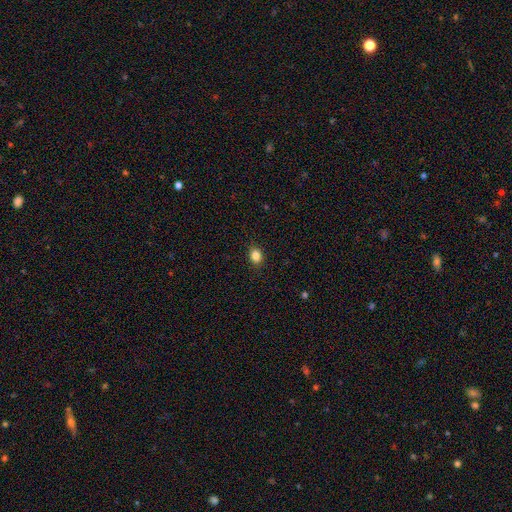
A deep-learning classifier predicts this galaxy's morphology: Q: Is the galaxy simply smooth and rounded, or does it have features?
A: smooth — 84%.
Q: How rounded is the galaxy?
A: in between — 50%.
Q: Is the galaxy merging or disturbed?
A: none — 89%.